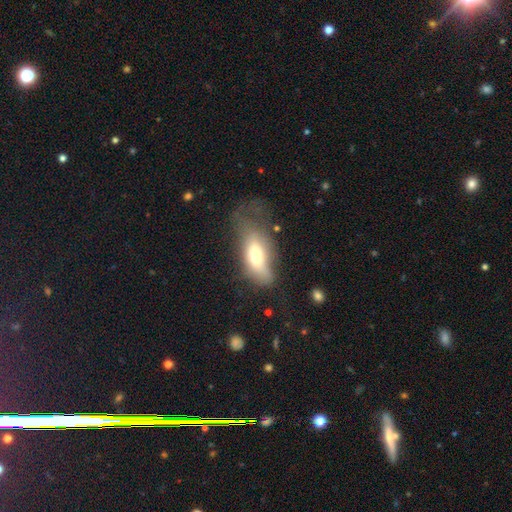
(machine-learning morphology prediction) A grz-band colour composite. It shows a smooth galaxy with no disk features (65%) that is in between round and cigar-shaped (81%). Merging: major disturbance (40%).